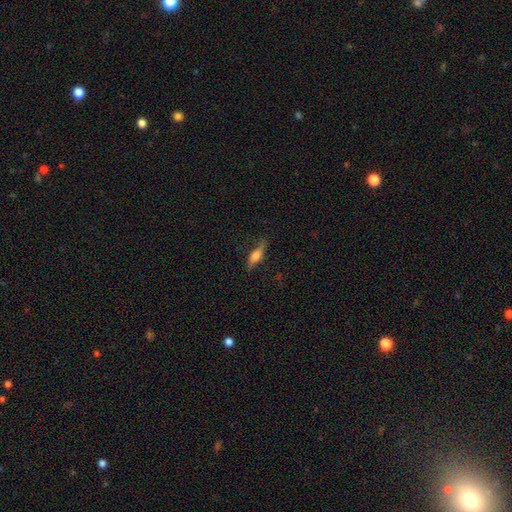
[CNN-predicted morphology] type=smooth (49%); merging=none (78%).